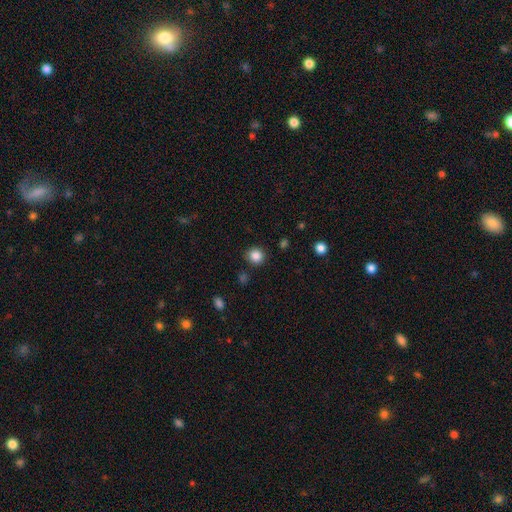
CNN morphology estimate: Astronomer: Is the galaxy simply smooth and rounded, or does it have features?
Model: smooth — 85%.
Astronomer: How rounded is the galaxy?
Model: round — 89%.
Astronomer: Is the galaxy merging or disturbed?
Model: none — 87%.